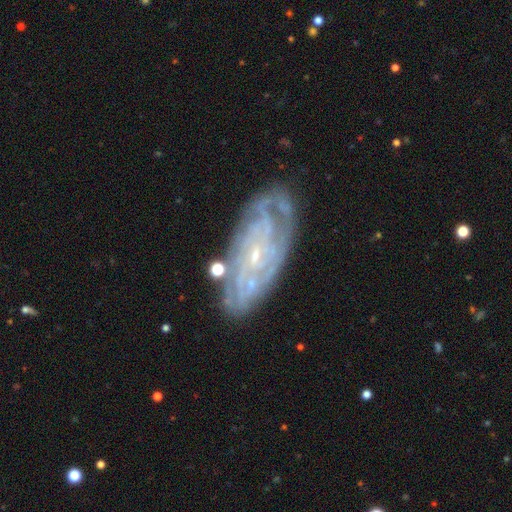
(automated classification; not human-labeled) This appears to be a featured or disk galaxy (80%) with no bar (70%), tight (74%) spiral arms (89%) and a small central bulge (84%). Merging: none (71%).